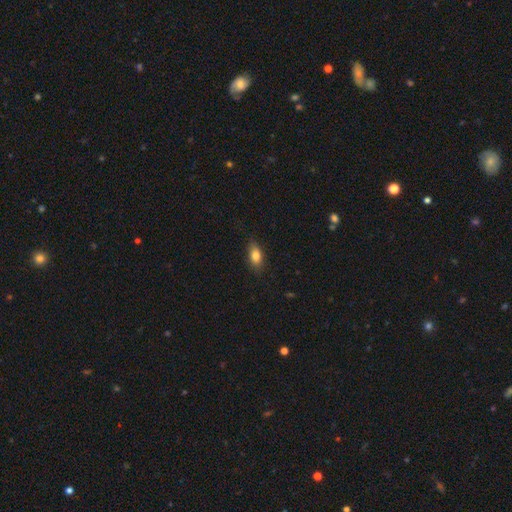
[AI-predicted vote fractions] Morphology: type=smooth (80%); roundness=in between (84%); merging=none (82%).